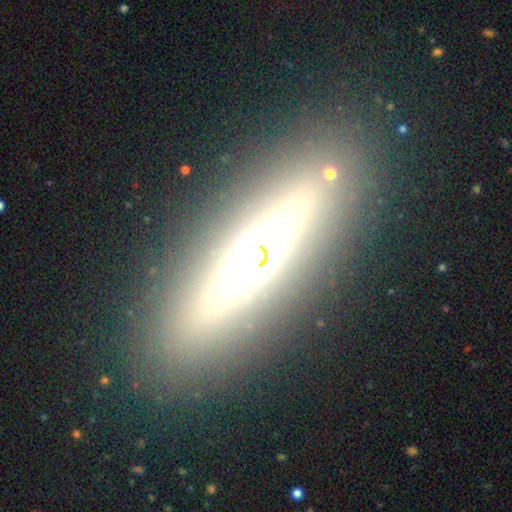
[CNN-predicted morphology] A featured or disk galaxy (58%) viewed edge-on (84%). Merging: none (86%).